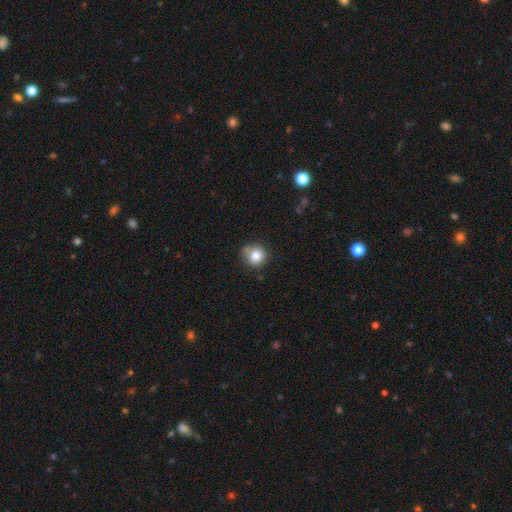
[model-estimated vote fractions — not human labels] Morphology: type=smooth (82%); roundness=round (89%); merging=none (72%).